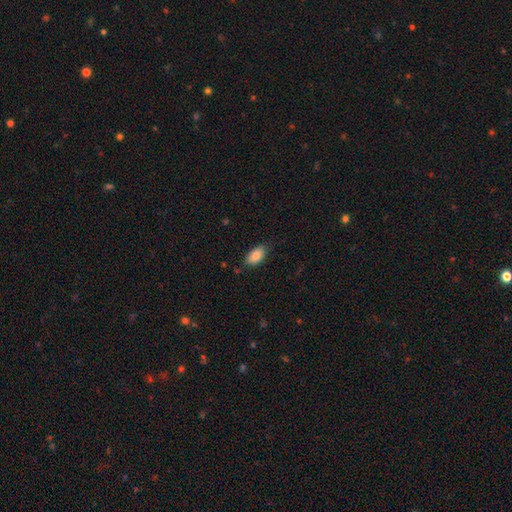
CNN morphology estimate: Smooth or featured?
  - smooth: 83% *
  - featured or disk: 9%
  - star or artifact: 8%
How rounded?
  - in between: 92% *
  - round: 4%
  - cigar-shaped: 3%
Merging?
  - none: 76% *
  - minor disturbance: 19%
  - major disturbance: 3%
  - merger: 2%